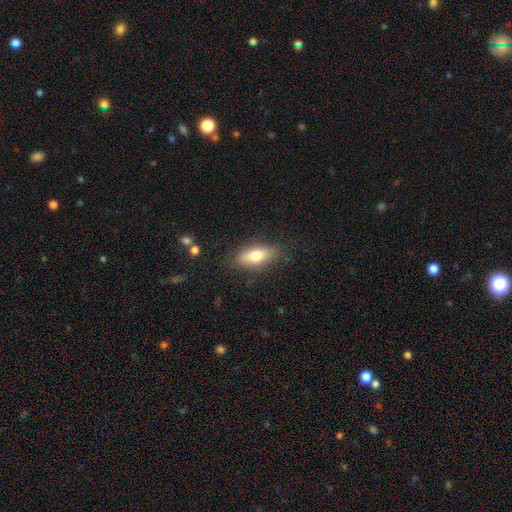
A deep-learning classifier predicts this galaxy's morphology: smooth-or-featured: smooth: 71% | featured or disk: 21% | star or artifact: 7%
  how-rounded: in between: 78% | cigar-shaped: 17% | round: 5%
  merging: none: 81% | minor disturbance: 14% | major disturbance: 4% | merger: 2%